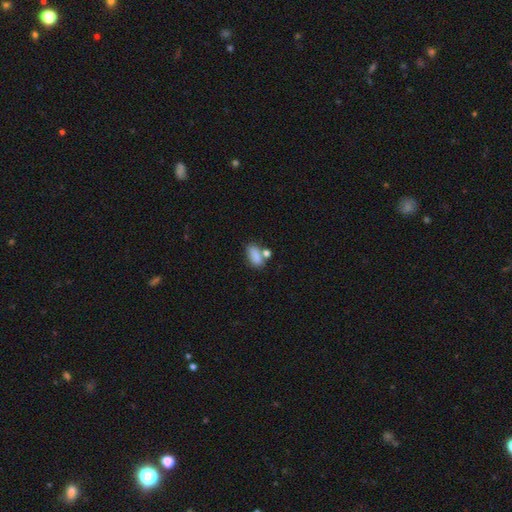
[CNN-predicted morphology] Q: Smooth or featured?
A: smooth (83%); runner-up: star or artifact (9%)
Q: How rounded?
A: in between (84%); runner-up: round (8%)
Q: Merging?
A: none (50%); runner-up: merger (27%)